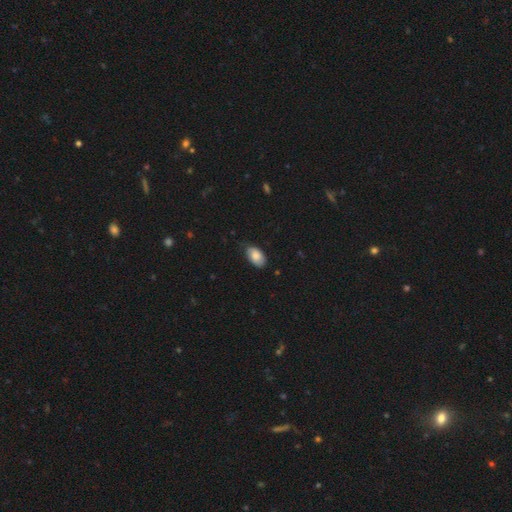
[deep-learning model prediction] Overall: smooth (81%). How rounded: in between (94%). Merging: none (71%).